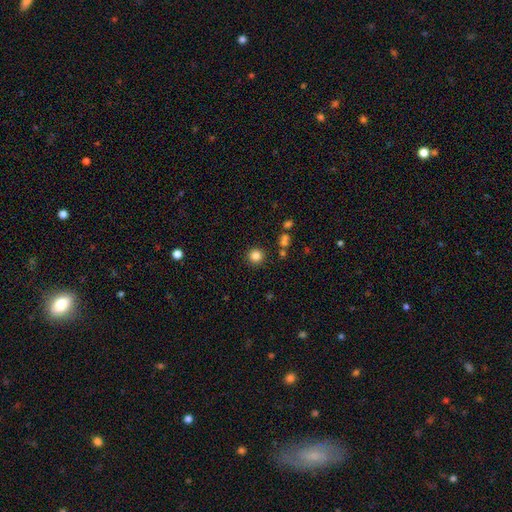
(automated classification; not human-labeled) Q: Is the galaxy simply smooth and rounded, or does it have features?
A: smooth — 83%.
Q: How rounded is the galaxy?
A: round — 95%.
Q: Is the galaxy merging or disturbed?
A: none — 89%.